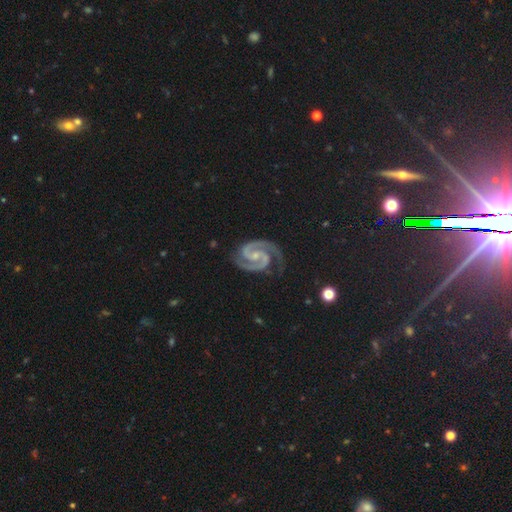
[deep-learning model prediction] This is clearly a featured or disk galaxy (95%). It is clearly not viewed edge-on (99%). Bar: marginally no (43%). Spiral arm pattern: clearly yes (99%). Spiral arm count: clearly 2 (94%). Spiral winding: possibly medium (49%). Central bulge: likely small (66%). Merging: likely none (79%).